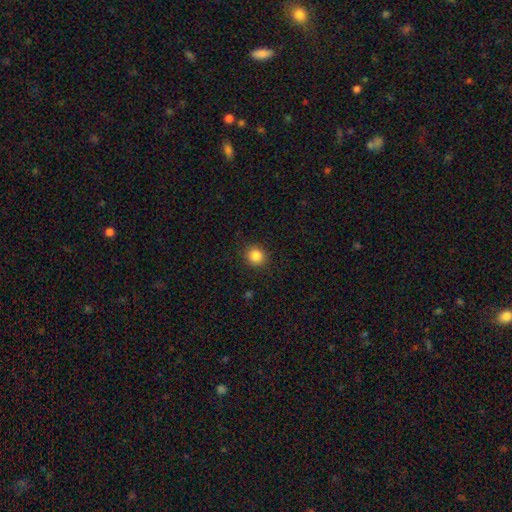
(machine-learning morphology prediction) Smooth or featured: smooth — 86% (star or artifact — 10%)
How rounded: round — 87% (in between — 12%)
Merging: none — 90% (minor disturbance — 7%)